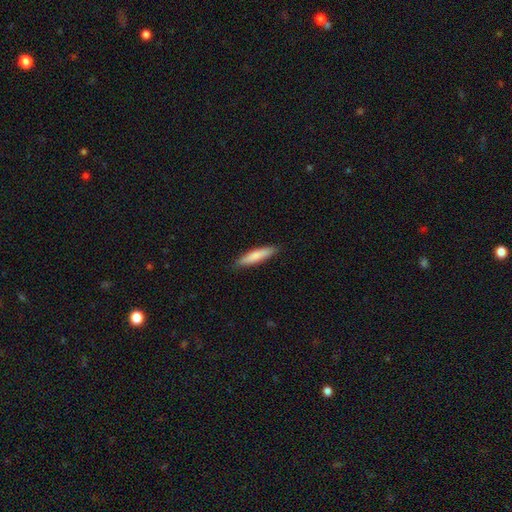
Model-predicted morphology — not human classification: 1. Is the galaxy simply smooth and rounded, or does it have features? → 79% smooth, 15% featured or disk, 5% star or artifact.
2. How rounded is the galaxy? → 84% cigar-shaped, 15% in between, 1% round.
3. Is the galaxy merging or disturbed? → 89% none, 8% minor disturbance, 2% major disturbance, 1% merger.